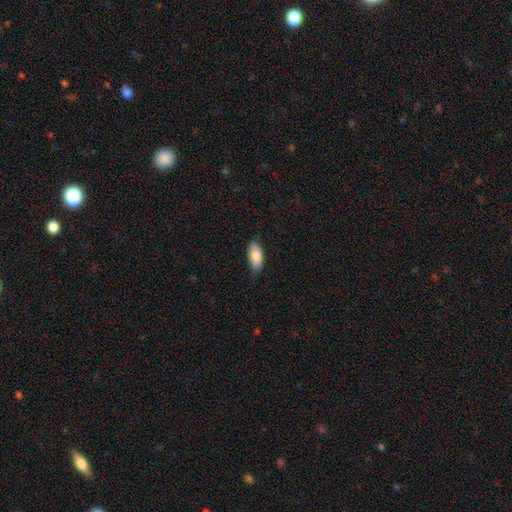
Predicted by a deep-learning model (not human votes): Smooth or featured? Predicted: smooth (p=0.83). How rounded? Predicted: in between (p=0.88). Merging? Predicted: none (p=0.73).